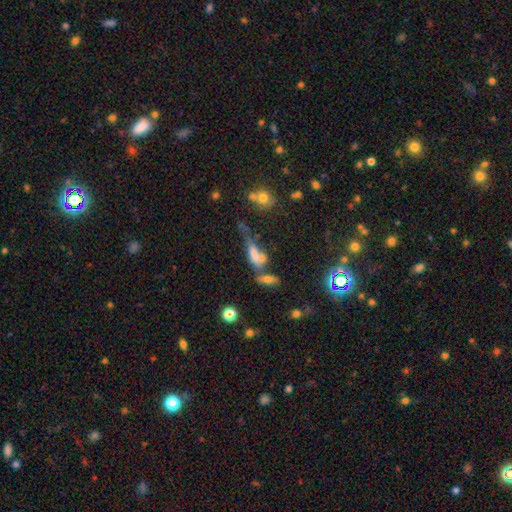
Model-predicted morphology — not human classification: The model was most divided on "how rounded": in between: 57%, cigar-shaped: 38%, round: 5%. Remaining: smooth or featured — smooth (55%); merging — merger (42%).